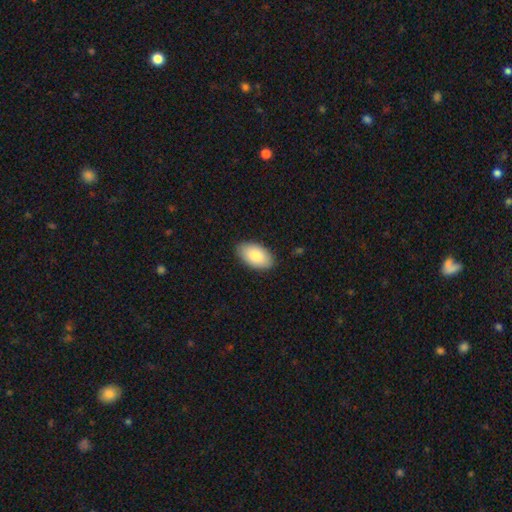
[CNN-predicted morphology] Smooth or featured? smooth (85%)
How rounded? in between (95%)
Merging? none (87%)